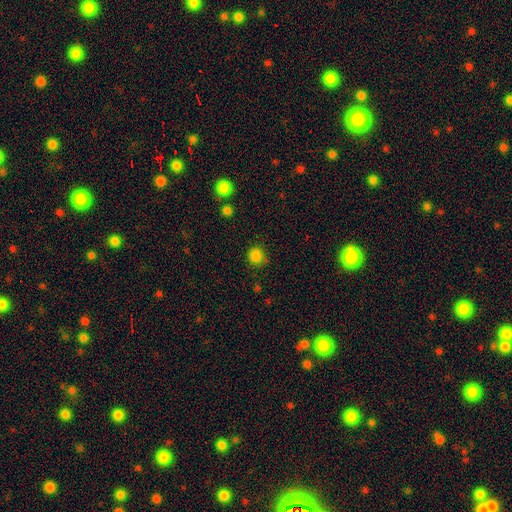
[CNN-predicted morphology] This is clearly a smooth galaxy (84%). How rounded: clearly round (89%). Merging: clearly none (83%).